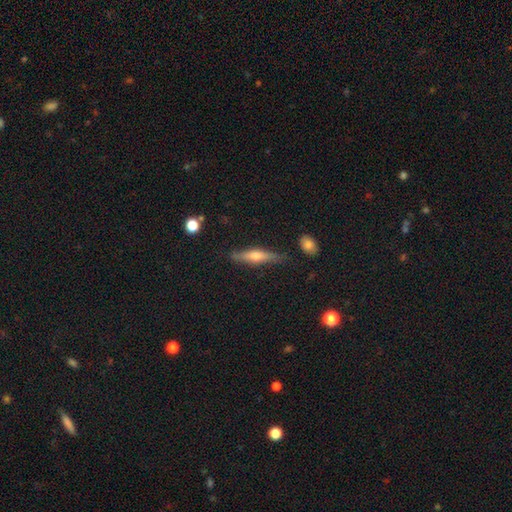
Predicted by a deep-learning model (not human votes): A featured or disk galaxy (55%) viewed edge-on (94%) with a rounded central bulge (85%). Merging: none (82%).